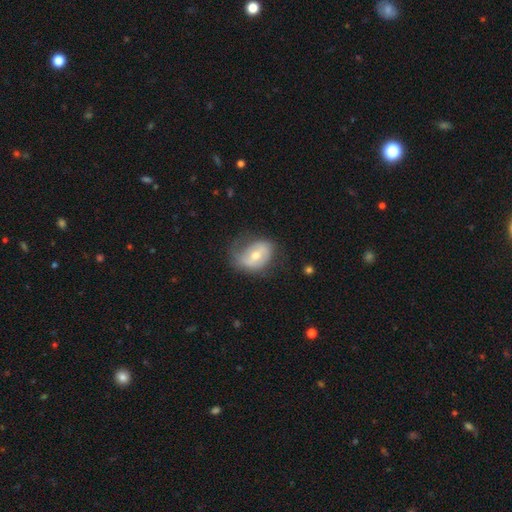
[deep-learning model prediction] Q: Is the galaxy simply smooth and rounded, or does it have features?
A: featured or disk — 52%.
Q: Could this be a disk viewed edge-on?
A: no — 95%.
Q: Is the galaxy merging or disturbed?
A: none — 48%.